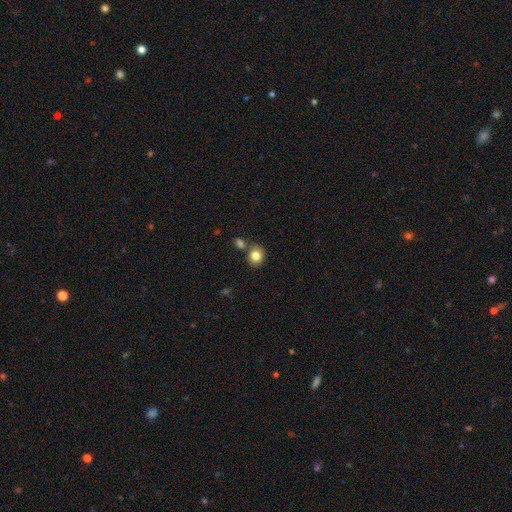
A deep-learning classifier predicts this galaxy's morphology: A smooth galaxy with no disk features (83%) that is round (78%).

Vote fractions:
- Smooth or featured? smooth: 83% / star or artifact: 10% / featured or disk: 7%
- How rounded? round: 78% / in between: 21% / cigar-shaped: 1%
- Merging? none: 71% / merger: 15% / minor disturbance: 10% / major disturbance: 3%